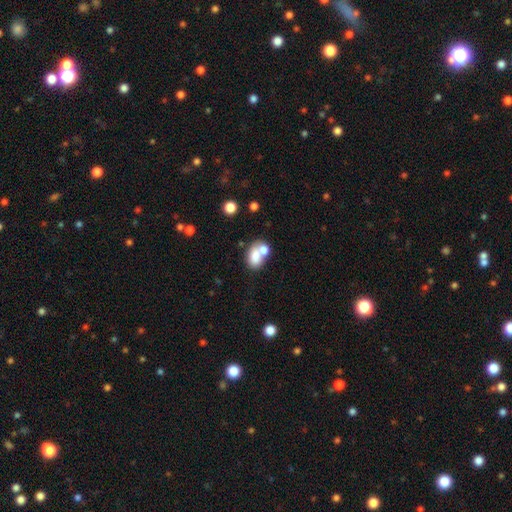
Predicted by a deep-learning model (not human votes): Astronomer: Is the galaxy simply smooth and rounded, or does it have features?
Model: smooth — 74%.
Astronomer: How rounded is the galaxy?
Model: in between — 77%.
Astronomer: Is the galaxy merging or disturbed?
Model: merger — 49% (runner-up: none, 34%).